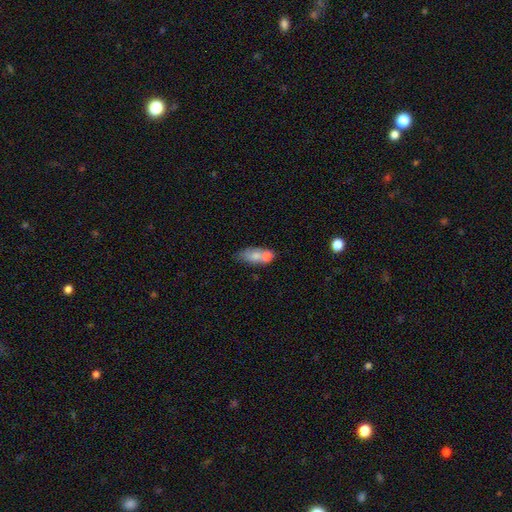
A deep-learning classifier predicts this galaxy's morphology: type=smooth (68%); roundness=in between (77%); merging=merger (42%).